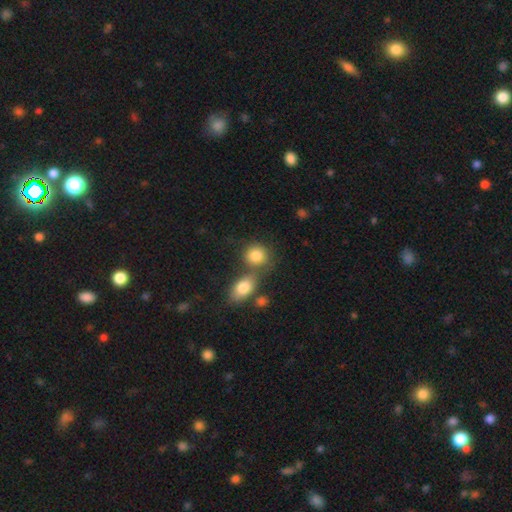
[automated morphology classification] The model was most divided on "merging": none: 48%, merger: 37%, minor disturbance: 11%, major disturbance: 5%. More confident: smooth or featured — smooth (84%); how rounded — round (72%).